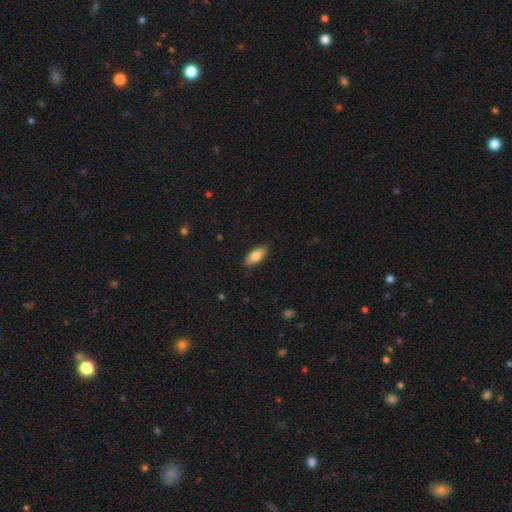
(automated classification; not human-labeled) The model was most divided on "smooth or featured": smooth: 80%, featured or disk: 14%, star or artifact: 6%. More confident: merging — none (88%); how rounded — in between (87%).